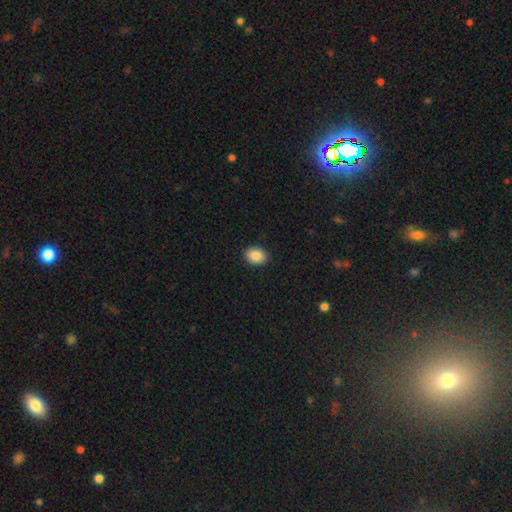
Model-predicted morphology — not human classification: smooth_or_featured: smooth (p=0.88) [alt: star or artifact p=0.08]
how_rounded: in between (p=0.71) [alt: round p=0.28]
merging: none (p=0.90) [alt: minor disturbance p=0.07]